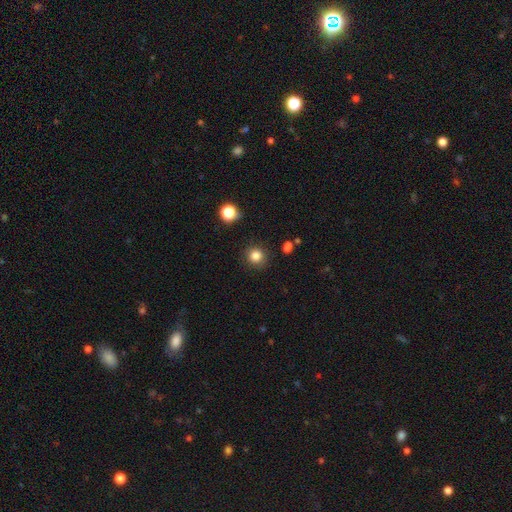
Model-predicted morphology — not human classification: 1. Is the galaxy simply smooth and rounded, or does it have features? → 83% smooth, 12% star or artifact, 5% featured or disk.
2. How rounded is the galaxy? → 92% round, 8% in between, 1% cigar-shaped.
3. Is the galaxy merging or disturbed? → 88% none, 8% minor disturbance, 3% major disturbance, 2% merger.